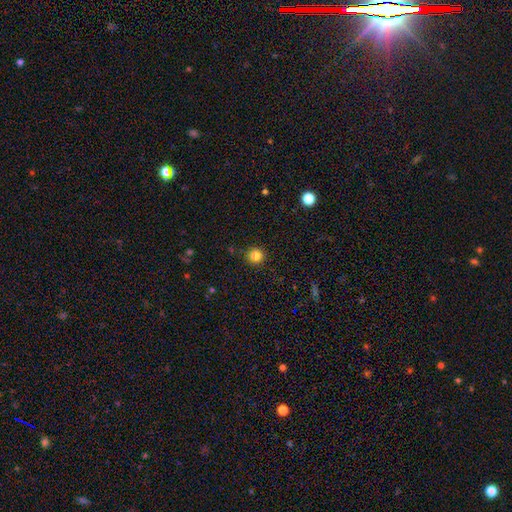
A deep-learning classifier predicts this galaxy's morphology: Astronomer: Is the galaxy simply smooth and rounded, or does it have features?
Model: smooth — 83%.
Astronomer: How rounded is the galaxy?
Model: round — 94%.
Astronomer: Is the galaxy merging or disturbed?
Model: none — 91%.